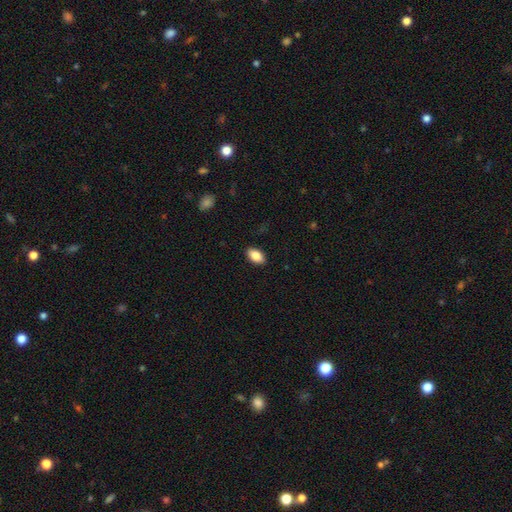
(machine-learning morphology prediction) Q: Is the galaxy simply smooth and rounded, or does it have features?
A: smooth — 86%.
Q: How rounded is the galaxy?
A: in between — 92%.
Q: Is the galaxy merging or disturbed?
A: none — 89%.